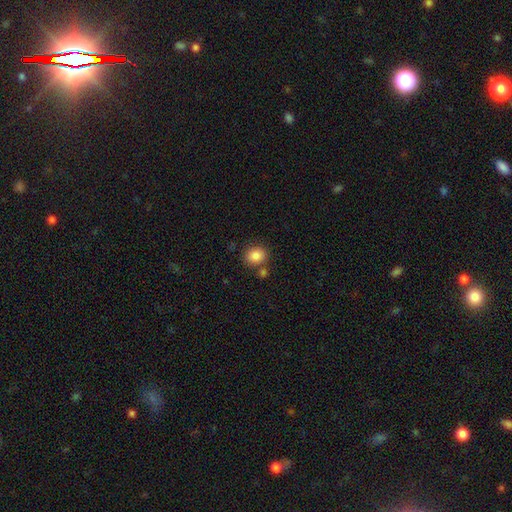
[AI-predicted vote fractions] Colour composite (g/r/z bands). It shows a smooth galaxy with no disk features (86%) that is round (64%). Merging: none (74%).